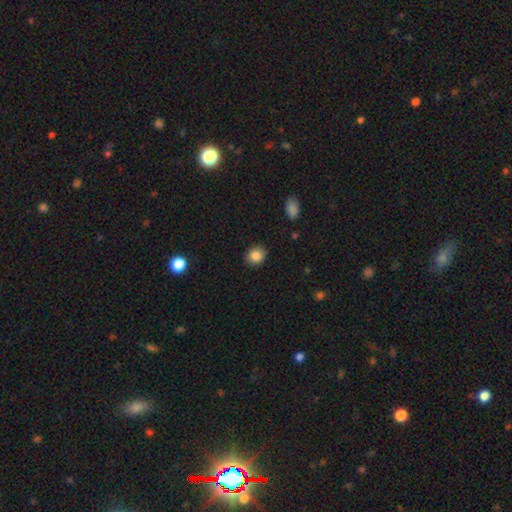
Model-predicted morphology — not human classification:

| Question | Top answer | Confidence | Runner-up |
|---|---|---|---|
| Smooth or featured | smooth | 86% | star or artifact (9%) |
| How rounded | round | 74% | in between (25%) |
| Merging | none | 89% | minor disturbance (8%) |